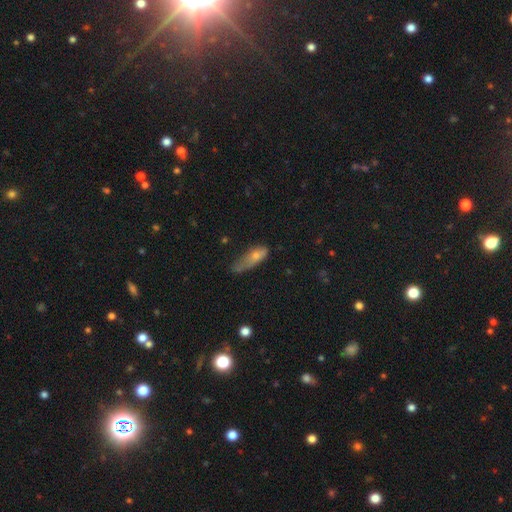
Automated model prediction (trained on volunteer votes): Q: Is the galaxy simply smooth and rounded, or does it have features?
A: smooth — 63%.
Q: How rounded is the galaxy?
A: in between — 54%.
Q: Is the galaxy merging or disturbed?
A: minor disturbance — 35%.